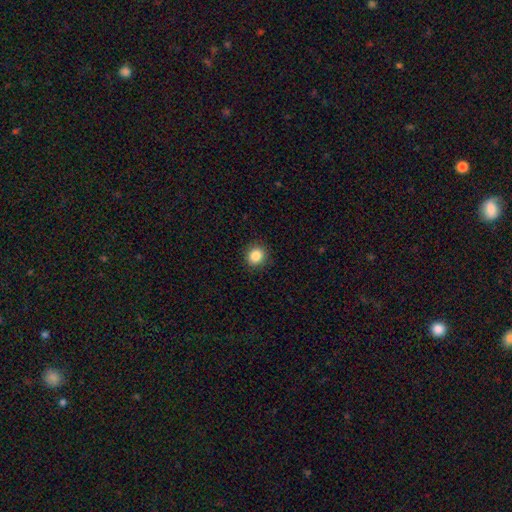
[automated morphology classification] smooth-or-featured: smooth: 86% | star or artifact: 10% | featured or disk: 4%
  how-rounded: round: 87% | in between: 12% | cigar-shaped: 1%
  merging: none: 91% | minor disturbance: 6% | major disturbance: 2% | merger: 1%